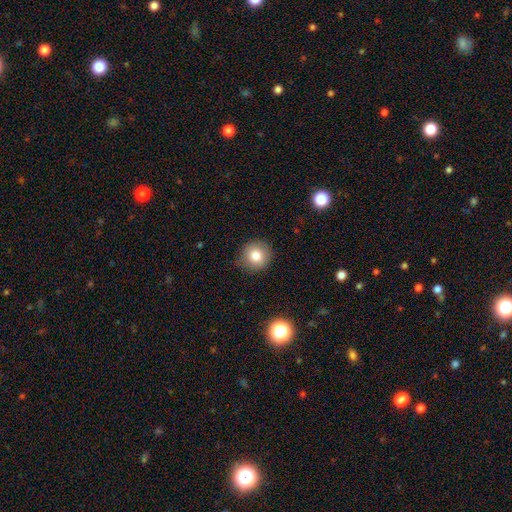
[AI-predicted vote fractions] smooth 79%, star or artifact 11%, featured or disk 9%. Down the decision tree: how rounded — round (92%); merging — none (85%).